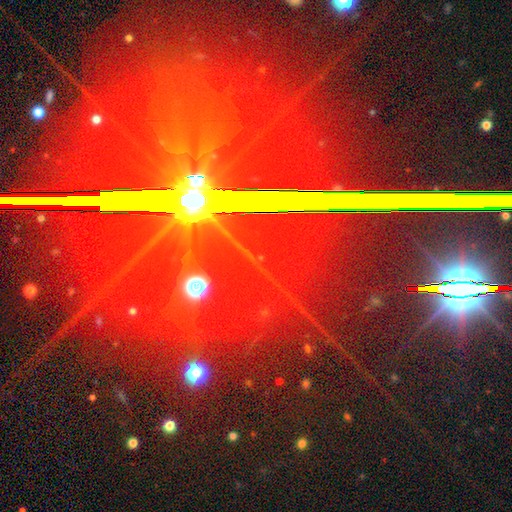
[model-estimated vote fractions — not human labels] smooth_or_featured: star or artifact (p=0.70) [alt: featured or disk p=0.21]